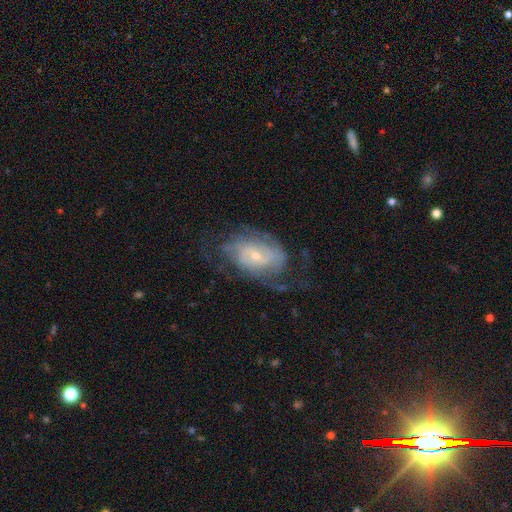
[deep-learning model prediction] featured or disk 79%, smooth 15%, star or artifact 7%. Down the decision tree: edge-on disk — no (95%); bar — no (61%); spiral arms — yes (88%); spiral arm count — can't tell (41%); spiral winding — tight (47%); bulge size — small (63%); merging — none (58%).